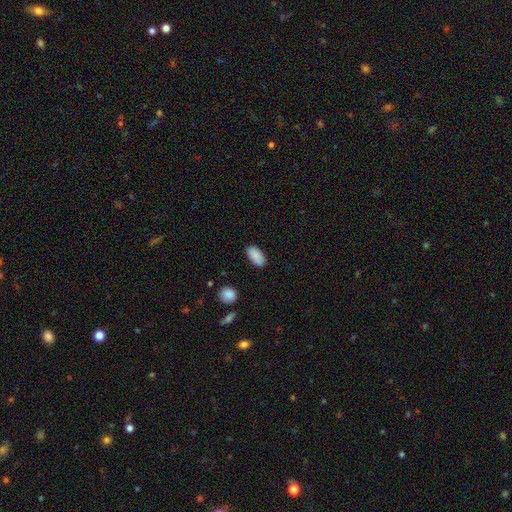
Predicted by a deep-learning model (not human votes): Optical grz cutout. It shows a smooth galaxy with no disk features (88%) that is in between round and cigar-shaped (92%). Merging: none (85%).